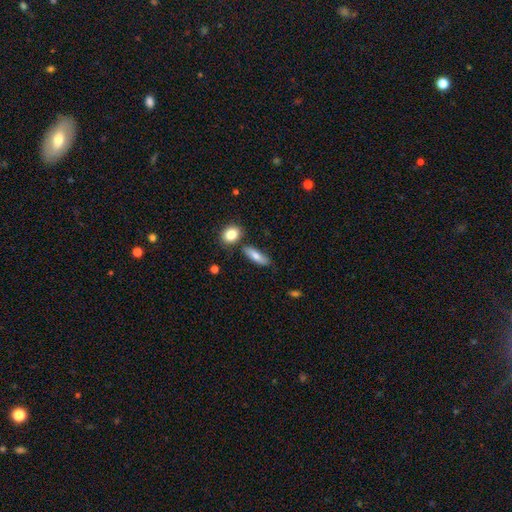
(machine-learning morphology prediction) Smooth or featured? Predicted: smooth (p=0.73). How rounded? Predicted: in between (p=0.54). Merging? Predicted: none (p=0.72).